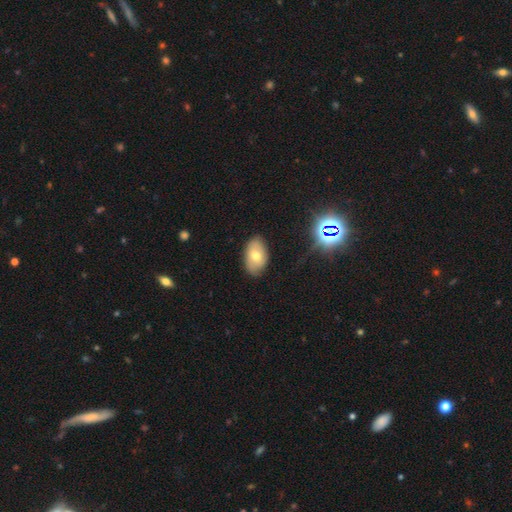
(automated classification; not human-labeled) Smooth or featured? smooth (66%)
How rounded? in between (91%)
Merging? none (80%)